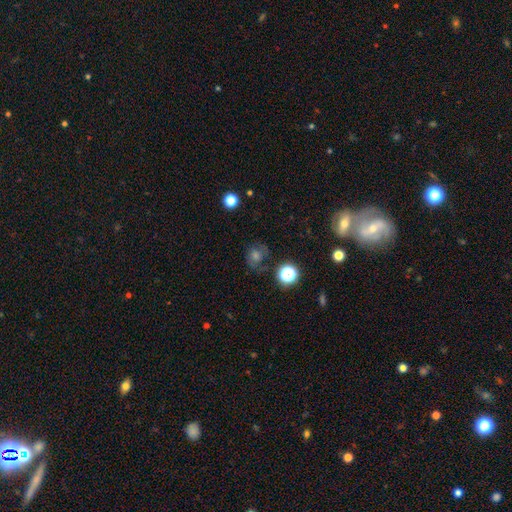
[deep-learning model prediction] Overall: smooth (44%; star or artifact 28%). Merging: none (66%).